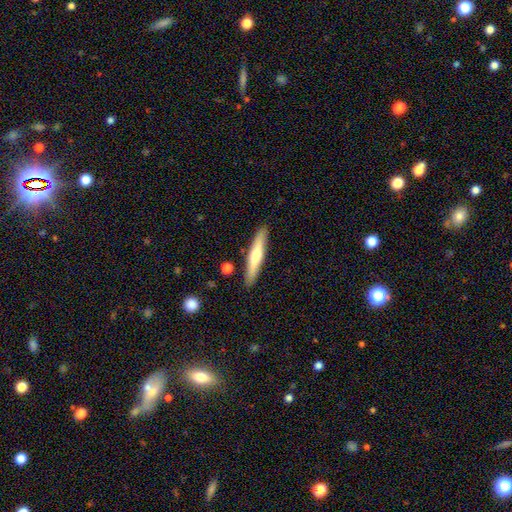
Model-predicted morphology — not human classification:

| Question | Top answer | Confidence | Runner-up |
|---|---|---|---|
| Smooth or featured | smooth | 55% | featured or disk (39%) |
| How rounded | cigar-shaped | 91% | in between (8%) |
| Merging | none | 88% | minor disturbance (8%) |